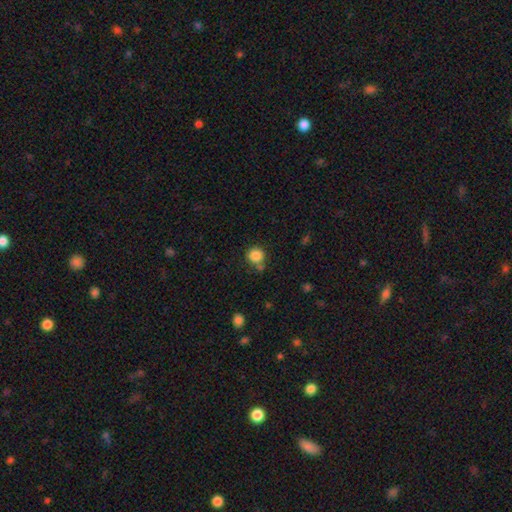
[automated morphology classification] This is clearly a smooth galaxy (85%). How rounded: clearly round (92%). Merging: likely none (70%).